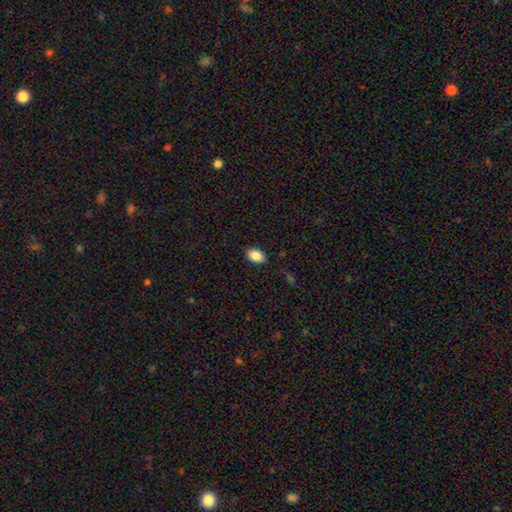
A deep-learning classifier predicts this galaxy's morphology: smooth 87%, star or artifact 8%, featured or disk 5%. Down the decision tree: how rounded — in between (89%); merging — none (88%).